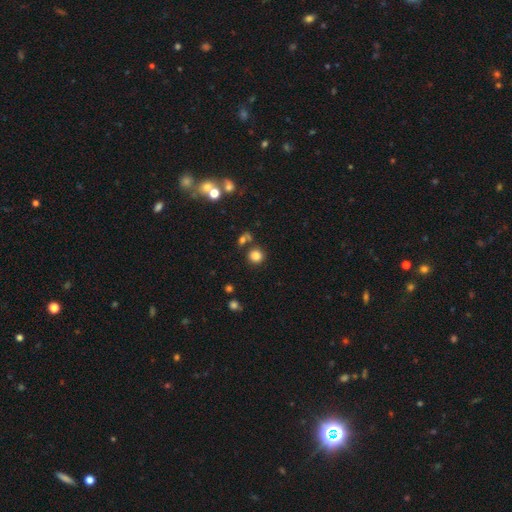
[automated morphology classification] Smooth or featured? smooth (82%)
How rounded? round (90%)
Merging? none (77%)